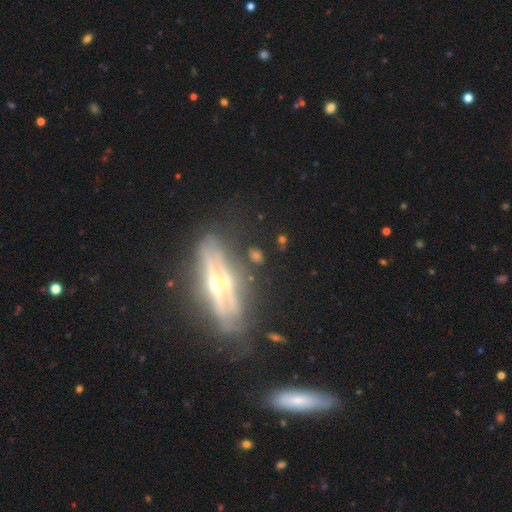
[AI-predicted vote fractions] This appears to be a featured or disk galaxy (58%) viewed edge-on (78%). Merging: none (76%).